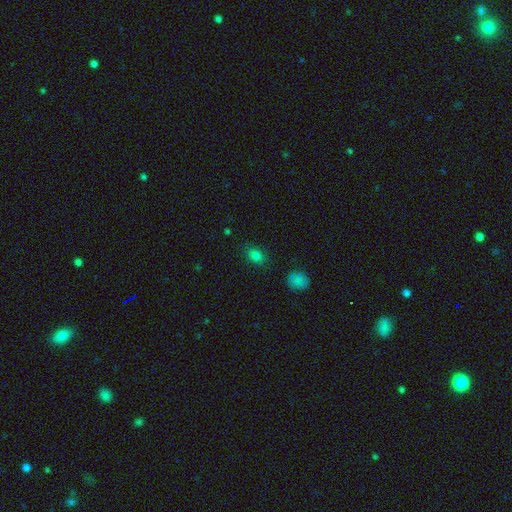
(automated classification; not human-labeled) smooth 81%, star or artifact 13%, featured or disk 6%. Down the decision tree: how rounded — in between (76%); merging — none (82%).